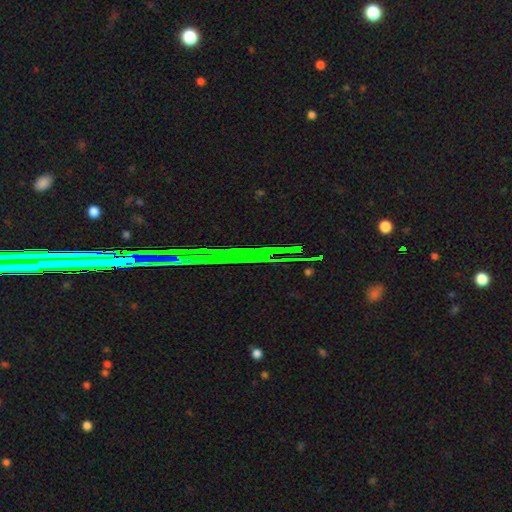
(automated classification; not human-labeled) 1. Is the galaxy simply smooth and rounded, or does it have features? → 81% star or artifact, 10% featured or disk, 9% smooth.